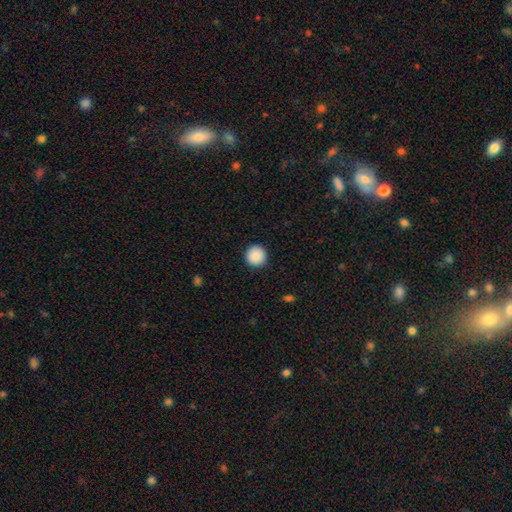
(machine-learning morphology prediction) Overall: smooth (89%). How rounded: round (96%). Merging: none (92%).